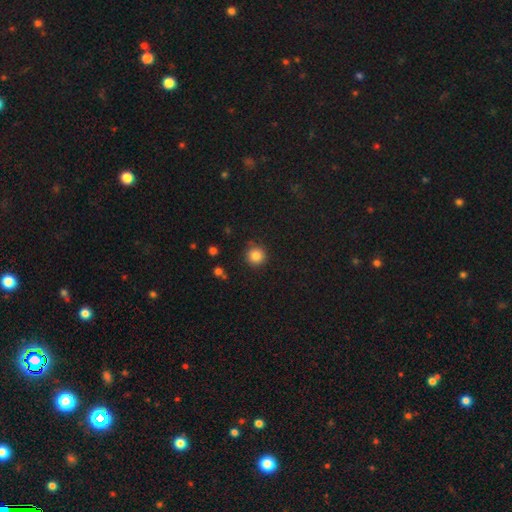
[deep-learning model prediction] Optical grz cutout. It shows a smooth galaxy with no disk features (85%) that is round (94%). Merging: none (87%).